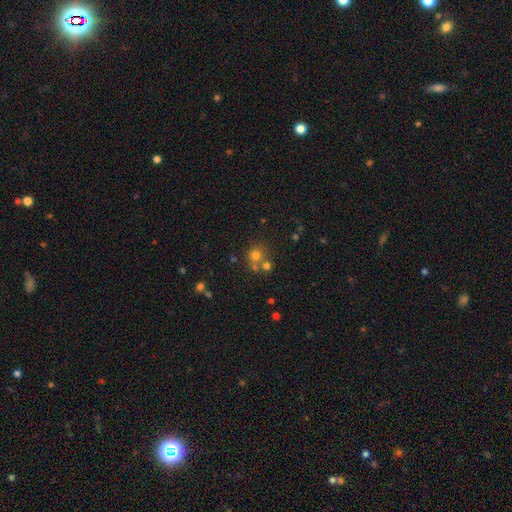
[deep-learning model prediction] Smooth or featured?
  - smooth: 67% *
  - star or artifact: 20%
  - featured or disk: 12%
How rounded?
  - round: 88% *
  - in between: 11%
  - cigar-shaped: 1%
Merging?
  - none: 57% *
  - merger: 31%
  - minor disturbance: 8%
  - major disturbance: 4%